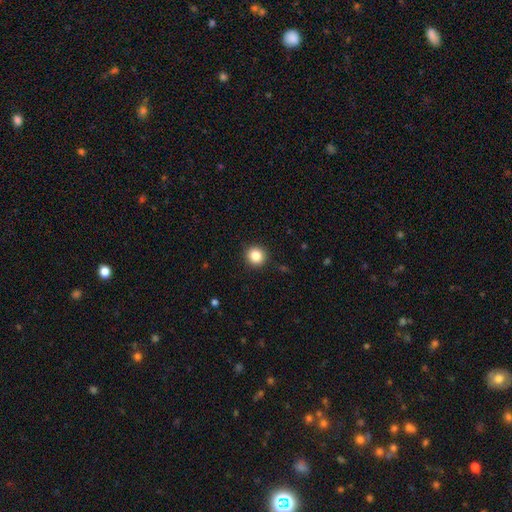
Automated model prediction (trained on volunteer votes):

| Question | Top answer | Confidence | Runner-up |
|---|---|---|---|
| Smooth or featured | smooth | 85% | star or artifact (10%) |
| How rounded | round | 94% | in between (5%) |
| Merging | none | 92% | minor disturbance (5%) |